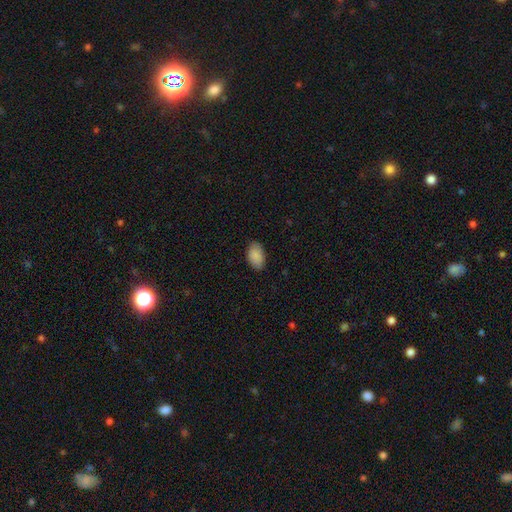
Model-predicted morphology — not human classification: A smooth galaxy with no disk features (89%) that is in between round and cigar-shaped (94%). Merging: none (84%).